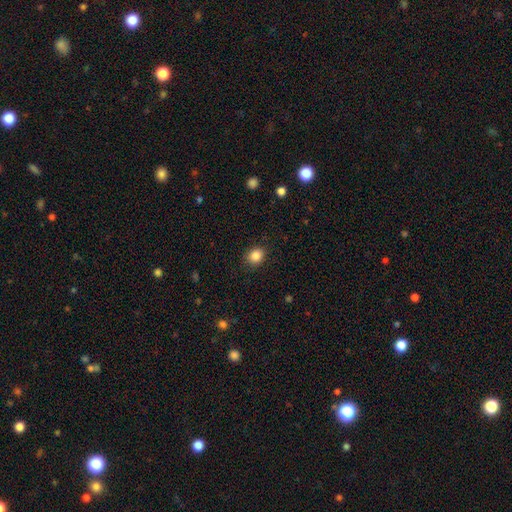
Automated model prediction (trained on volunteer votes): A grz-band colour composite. It shows a smooth galaxy with no disk features (86%) that is round (64%). Merging: none (87%).